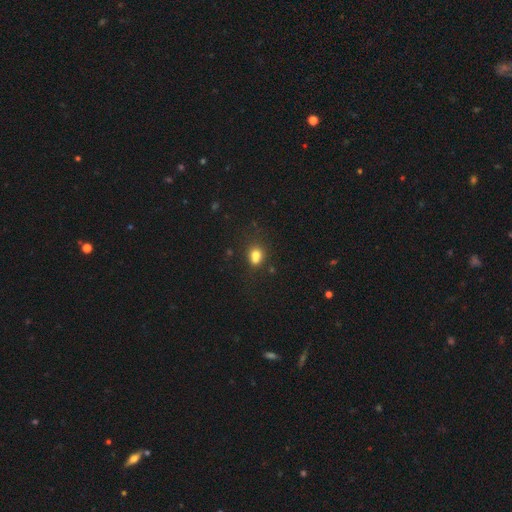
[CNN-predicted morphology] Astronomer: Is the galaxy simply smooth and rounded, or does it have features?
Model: smooth — 74%.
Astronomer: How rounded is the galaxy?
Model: round — 56% (runner-up: in between, 43%).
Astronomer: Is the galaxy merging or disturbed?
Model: none — 42% (runner-up: merger, 36%).